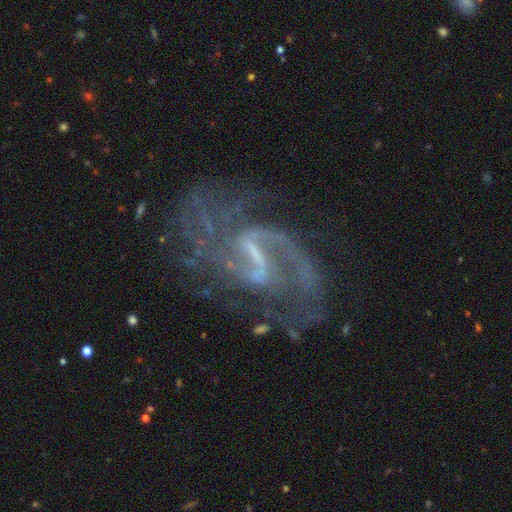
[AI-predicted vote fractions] This appears to be a featured or disk galaxy (89%) with a weak bar (48%), 2 (72%) medium (49%) spiral arms (96%) and a small central bulge (44%). Merging: none (62%).